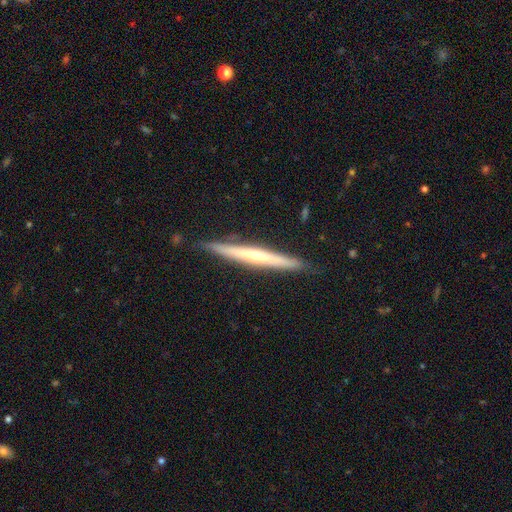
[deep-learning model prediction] Overall: featured or disk (63%; smooth 31%). Edge-on disk: yes (96%). Edge-on bulge: rounded (47%; none 46%). Merging: none (87%).